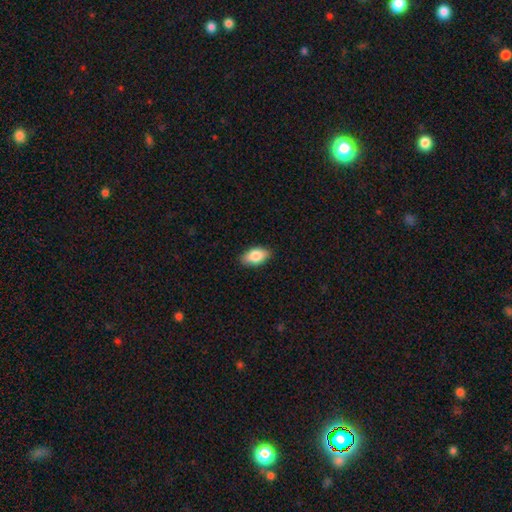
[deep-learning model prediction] smooth_or_featured: smooth (p=0.85) [alt: featured or disk p=0.08]
how_rounded: in between (p=0.93) [alt: round p=0.04]
merging: none (p=0.88) [alt: minor disturbance p=0.09]